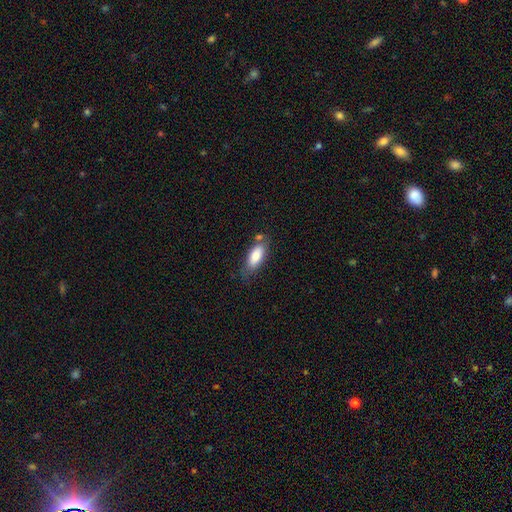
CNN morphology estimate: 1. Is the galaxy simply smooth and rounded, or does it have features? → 80% smooth, 14% featured or disk, 7% star or artifact.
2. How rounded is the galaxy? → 80% in between, 18% cigar-shaped, 2% round.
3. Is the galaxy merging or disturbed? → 64% none, 22% minor disturbance, 8% merger, 6% major disturbance.